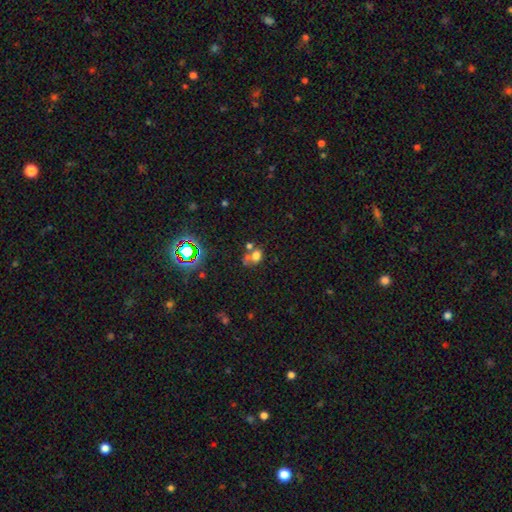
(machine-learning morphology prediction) Overall: smooth (65%). How rounded: in between (54%; round 44%). Merging: merger (40%; none 37%).